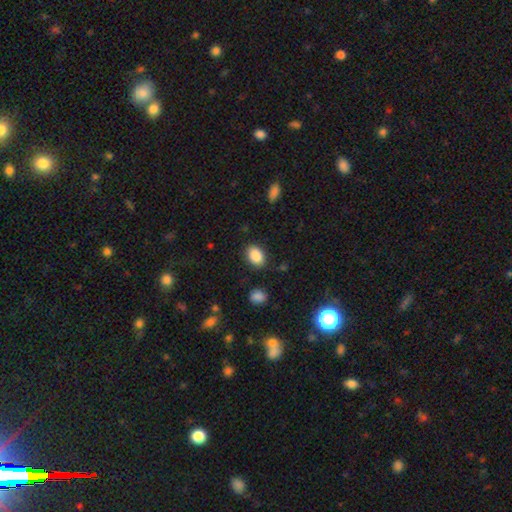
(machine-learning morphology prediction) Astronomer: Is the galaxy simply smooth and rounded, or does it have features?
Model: smooth — 87%.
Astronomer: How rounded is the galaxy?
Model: in between — 81%.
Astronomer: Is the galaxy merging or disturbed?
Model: none — 84%.